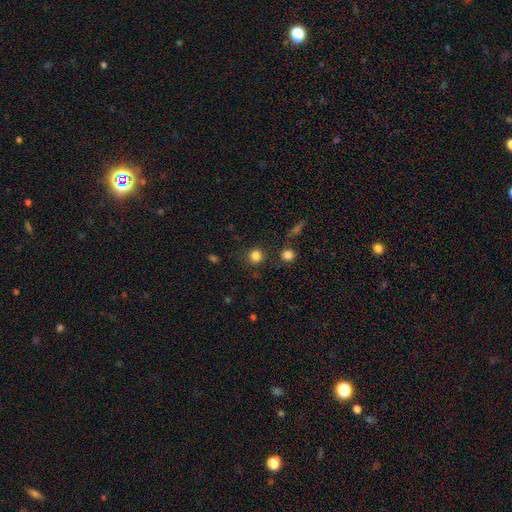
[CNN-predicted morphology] This appears to be a smooth galaxy with no disk features (82%) that is round (91%). Merging: none (83%).